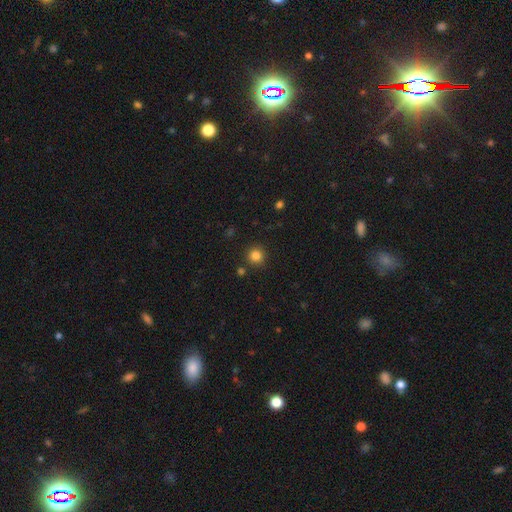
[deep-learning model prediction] Smooth or featured?
  - smooth: 83% *
  - star or artifact: 13%
  - featured or disk: 4%
How rounded?
  - round: 94% *
  - in between: 5%
  - cigar-shaped: 1%
Merging?
  - none: 88% *
  - minor disturbance: 7%
  - merger: 4%
  - major disturbance: 2%